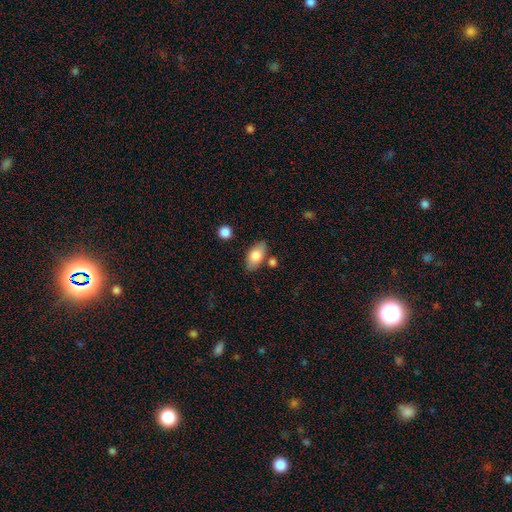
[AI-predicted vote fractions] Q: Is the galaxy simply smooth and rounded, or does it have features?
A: smooth — 80%.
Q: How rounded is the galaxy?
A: in between — 91%.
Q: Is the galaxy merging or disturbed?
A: none — 77%.